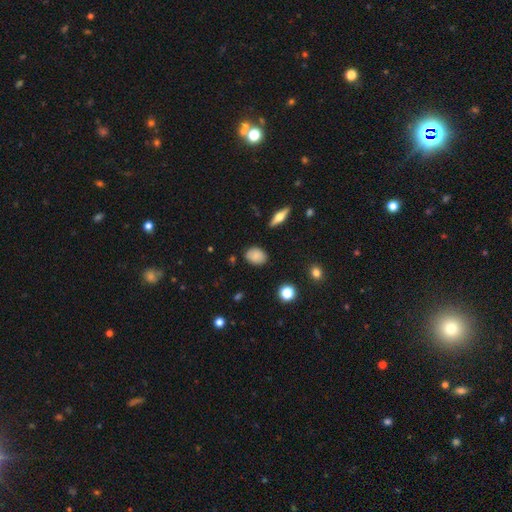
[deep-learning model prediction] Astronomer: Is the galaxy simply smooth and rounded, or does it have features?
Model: smooth — 82%.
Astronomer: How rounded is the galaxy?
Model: in between — 71%.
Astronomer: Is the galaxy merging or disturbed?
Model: none — 83%.